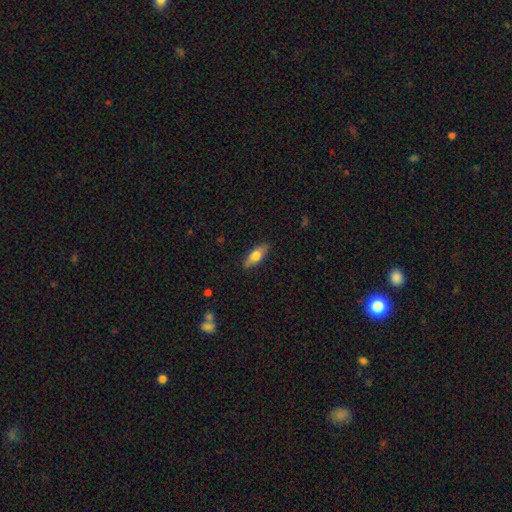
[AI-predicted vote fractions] Overall: smooth (70%). How rounded: in between (66%; cigar-shaped 31%). Merging: none (88%).